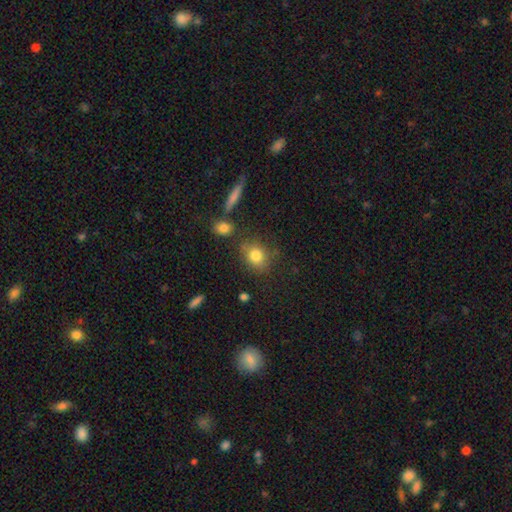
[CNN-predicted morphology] smooth 80%, star or artifact 11%, featured or disk 9%. Down the decision tree: how rounded — round (61%); merging — none (74%).